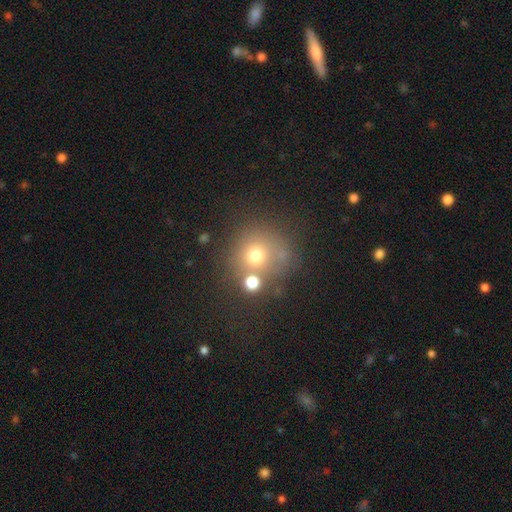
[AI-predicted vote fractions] A smooth galaxy with no disk features (67%) that is round (88%). Merging: none (59%).